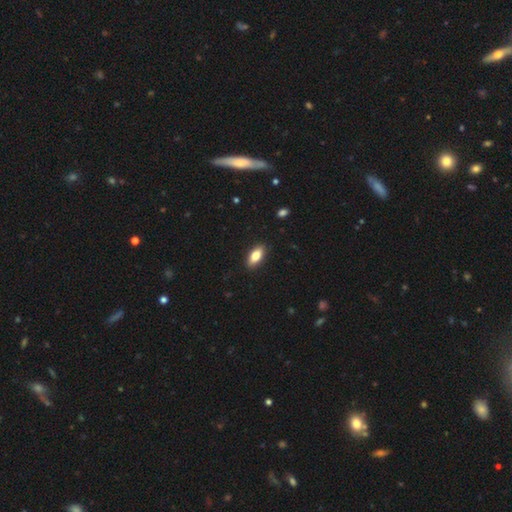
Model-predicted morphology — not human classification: Smooth or featured: smooth — 81% (featured or disk — 13%)
How rounded: in between — 85% (cigar-shaped — 11%)
Merging: none — 89% (minor disturbance — 8%)